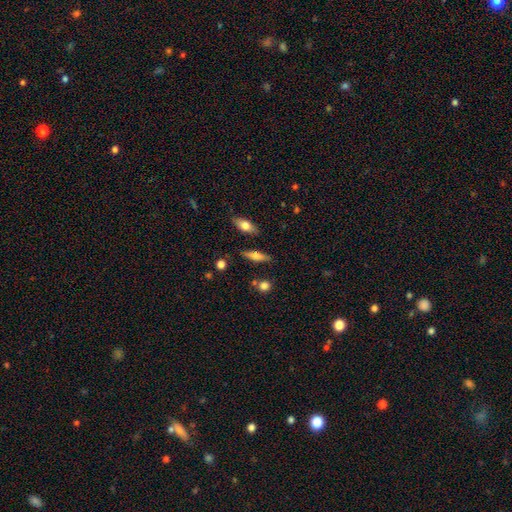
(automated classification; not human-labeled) smooth-or-featured: smooth: 61% | featured or disk: 31% | star or artifact: 8%
  how-rounded: cigar-shaped: 56% | in between: 40% | round: 5%
  merging: none: 80% | minor disturbance: 12% | merger: 5% | major disturbance: 3%